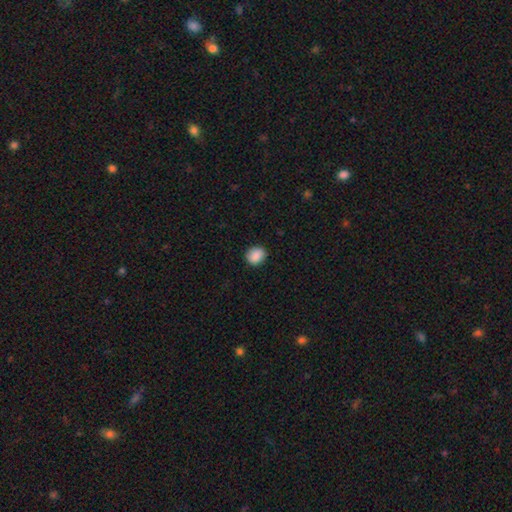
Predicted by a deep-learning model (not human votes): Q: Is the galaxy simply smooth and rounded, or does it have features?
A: smooth — 89%.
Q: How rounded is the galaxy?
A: round — 69%.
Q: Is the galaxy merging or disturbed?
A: none — 88%.